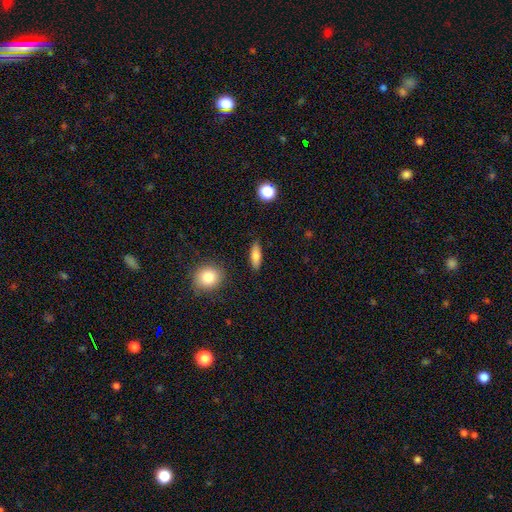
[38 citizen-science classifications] Volunteers were most divided on "how rounded": in between: 58%, cigar-shaped: 35%, round: 6%. More confident: merging — none (86%); smooth or featured — smooth (82%).